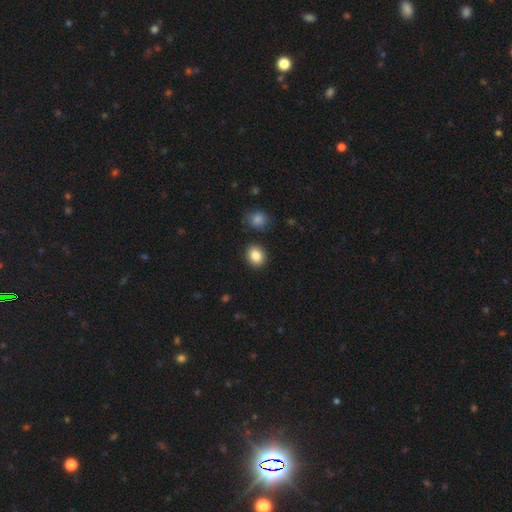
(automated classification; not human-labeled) Smooth or featured? smooth (85%)
How rounded? round (55%)
Merging? none (87%)